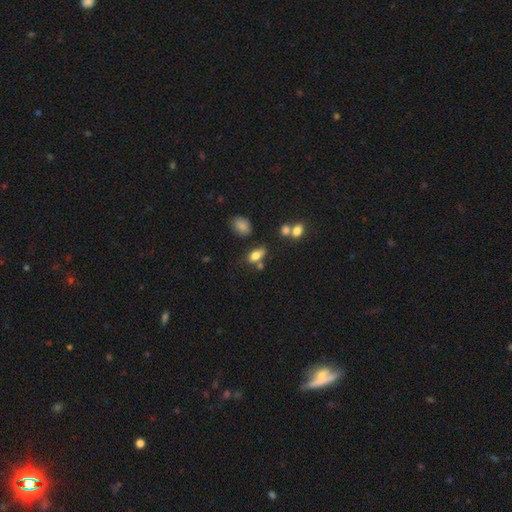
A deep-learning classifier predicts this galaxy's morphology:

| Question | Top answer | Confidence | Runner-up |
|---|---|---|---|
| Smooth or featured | smooth | 77% | featured or disk (12%) |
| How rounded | in between | 82% | round (11%) |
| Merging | none | 56% | merger (20%) |